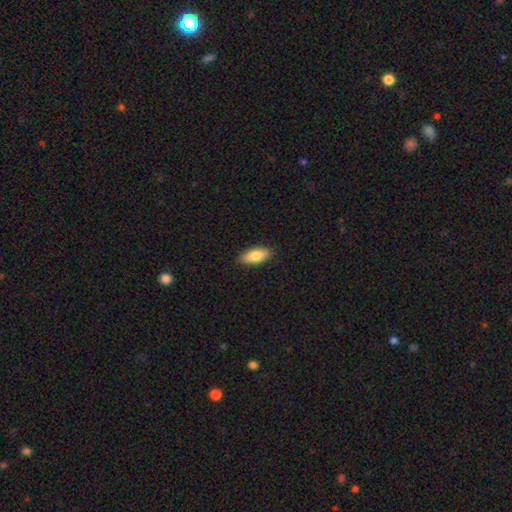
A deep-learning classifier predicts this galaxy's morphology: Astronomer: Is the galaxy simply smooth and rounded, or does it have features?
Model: smooth — 82%.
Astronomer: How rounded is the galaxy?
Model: in between — 86%.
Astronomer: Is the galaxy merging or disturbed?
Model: none — 89%.